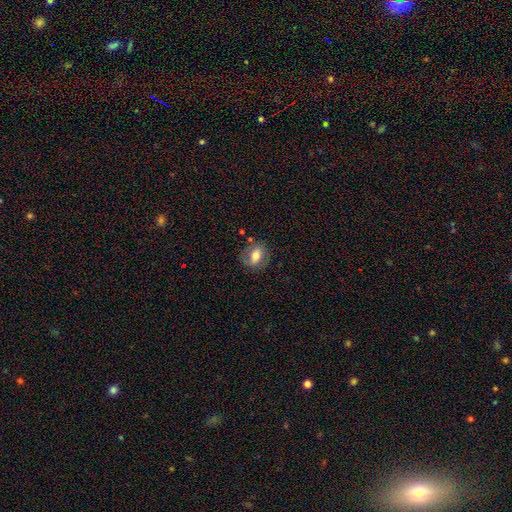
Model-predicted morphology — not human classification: The model was most divided on "smooth or featured": smooth: 59%, featured or disk: 33%, star or artifact: 8%. More confident: merging — none (72%); how rounded — in between (63%).